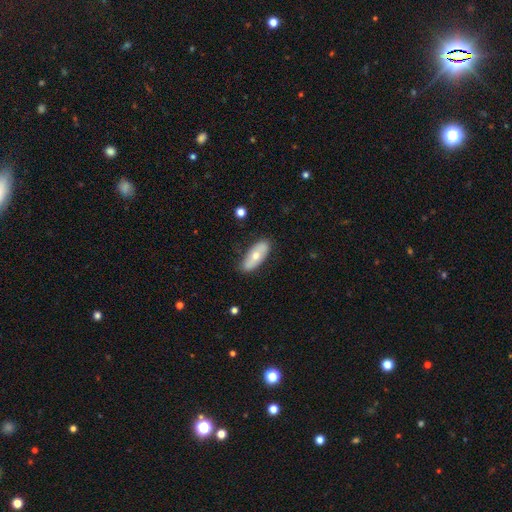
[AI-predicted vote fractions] smooth-or-featured: smooth: 61% | featured or disk: 34% | star or artifact: 6%
  how-rounded: in between: 78% | cigar-shaped: 19% | round: 3%
  merging: none: 83% | minor disturbance: 14% | major disturbance: 3% | merger: 1%